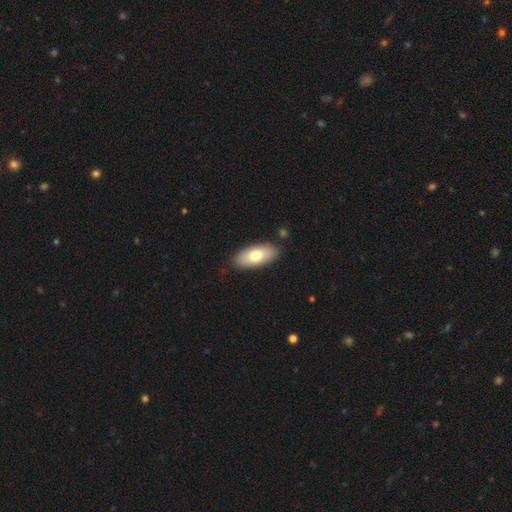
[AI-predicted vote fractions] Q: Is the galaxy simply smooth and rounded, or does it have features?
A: smooth — 73%.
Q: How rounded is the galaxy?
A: in between — 88%.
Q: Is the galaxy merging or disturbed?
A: none — 86%.